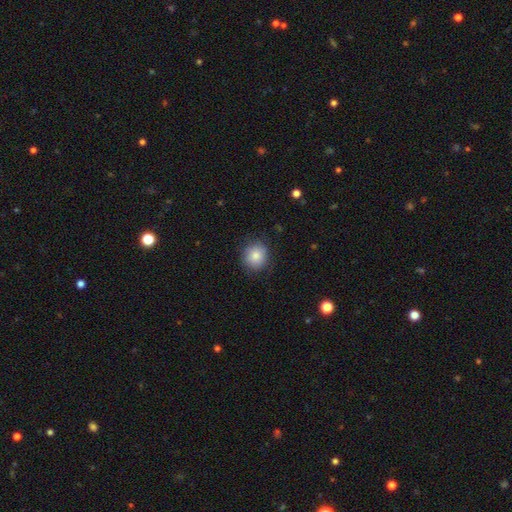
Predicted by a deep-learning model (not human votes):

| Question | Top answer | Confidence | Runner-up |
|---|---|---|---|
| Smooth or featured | smooth | 85% | star or artifact (8%) |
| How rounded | round | 83% | in between (16%) |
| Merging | none | 82% | minor disturbance (14%) |